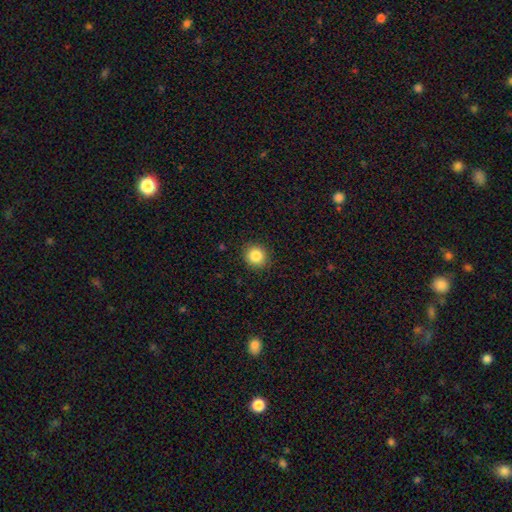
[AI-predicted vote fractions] This is clearly a smooth galaxy (85%). How rounded: clearly round (86%). Merging: clearly none (90%).